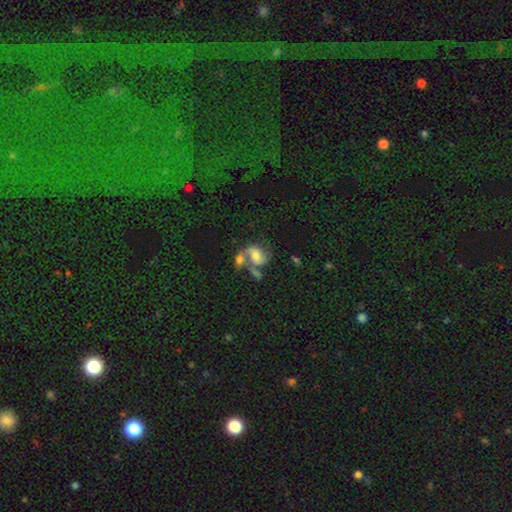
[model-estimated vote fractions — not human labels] This appears to be a featured or disk galaxy (68%) with no bar (50%), 2 (79%) medium (47%) spiral arms (89%) and a moderate central bulge (47%). Merging: merger (50%).